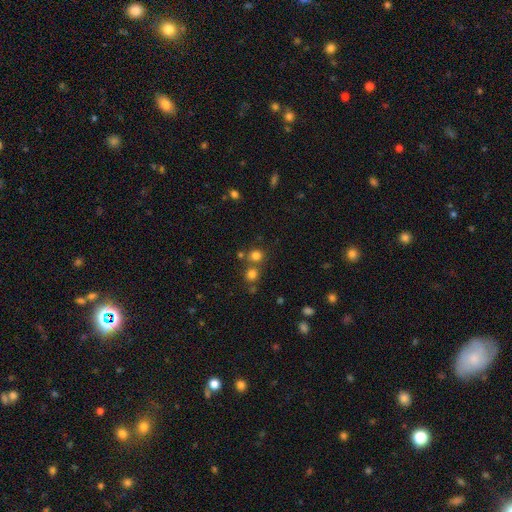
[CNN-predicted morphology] smooth 74%, star or artifact 19%, featured or disk 7%. Down the decision tree: how rounded — round (89%); merging — none (65%).